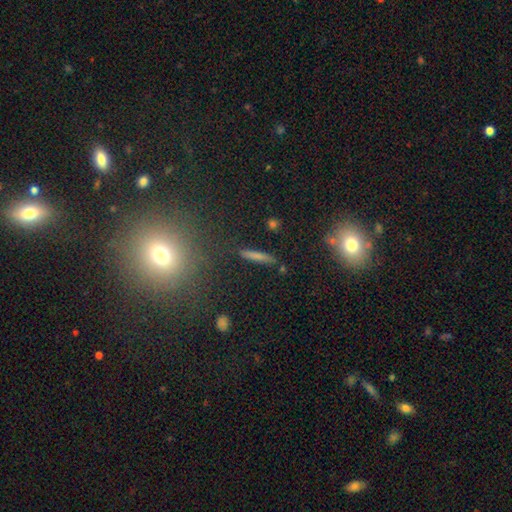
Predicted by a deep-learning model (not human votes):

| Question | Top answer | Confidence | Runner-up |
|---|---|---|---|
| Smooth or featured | smooth | 57% | featured or disk (25%) |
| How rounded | cigar-shaped | 79% | in between (13%) |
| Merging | none | 86% | minor disturbance (8%) |